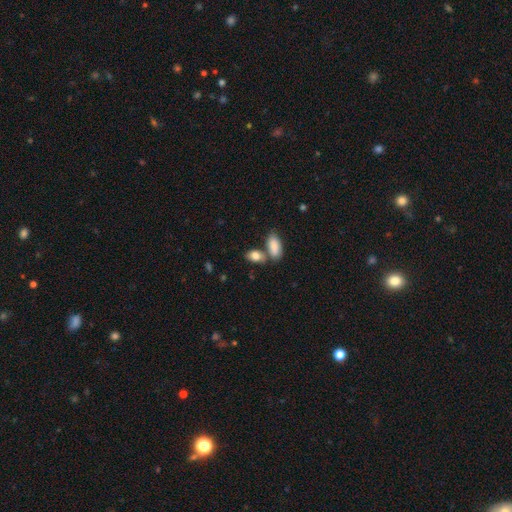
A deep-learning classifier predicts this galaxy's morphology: Smooth or featured?
  - smooth: 84% *
  - featured or disk: 9%
  - star or artifact: 7%
How rounded?
  - in between: 89% *
  - round: 6%
  - cigar-shaped: 5%
Merging?
  - none: 51% *
  - merger: 34%
  - minor disturbance: 12%
  - major disturbance: 4%